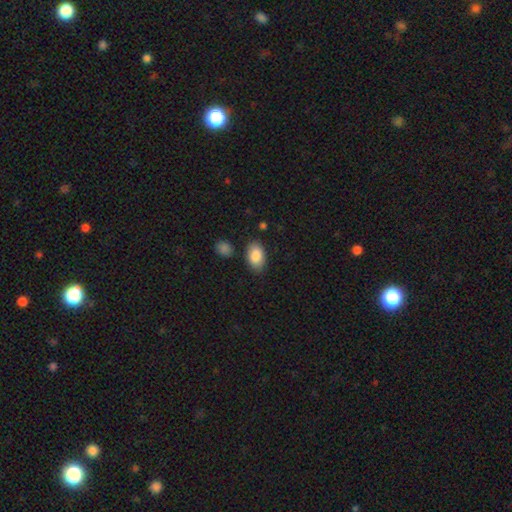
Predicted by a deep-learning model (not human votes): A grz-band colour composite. It shows a smooth galaxy with no disk features (87%) that is in between round and cigar-shaped (92%). Merging: none (82%).